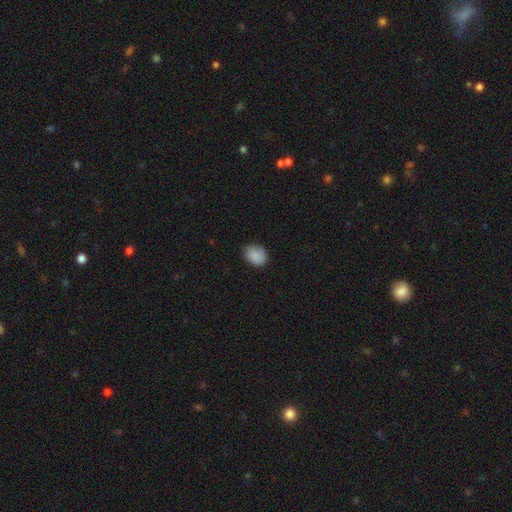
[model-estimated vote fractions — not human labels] Morphology: type=smooth (87%); roundness=in between (64%); merging=none (76%).